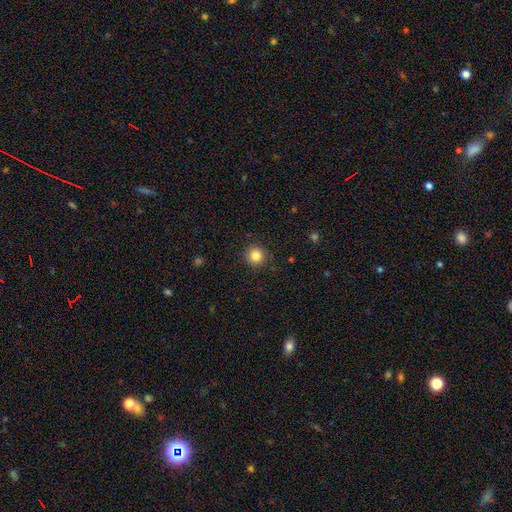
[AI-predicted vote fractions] A smooth galaxy with no disk features (83%) that is round (94%).

Vote fractions:
- Smooth or featured? smooth: 83% / star or artifact: 11% / featured or disk: 5%
- How rounded? round: 94% / in between: 5% / cigar-shaped: 1%
- Merging? none: 89% / minor disturbance: 7% / major disturbance: 2% / merger: 1%